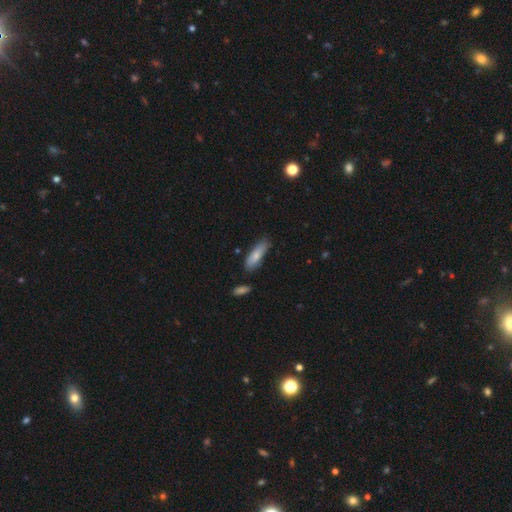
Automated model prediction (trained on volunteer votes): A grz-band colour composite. It shows a smooth galaxy with no disk features (79%) that is in between round and cigar-shaped (50%). Merging: none (69%).